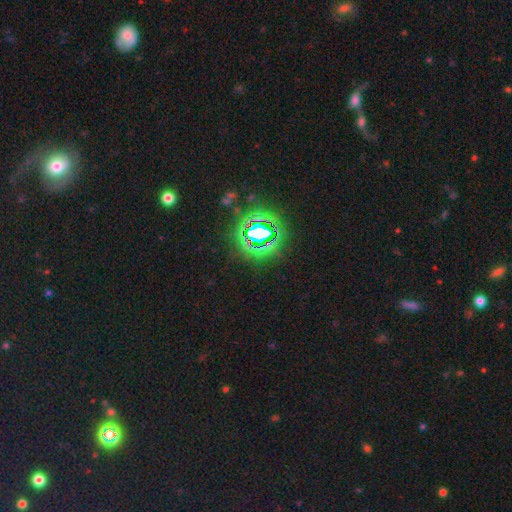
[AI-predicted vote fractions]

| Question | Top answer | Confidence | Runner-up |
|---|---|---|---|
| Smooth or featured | star or artifact | 81% | smooth (11%) |